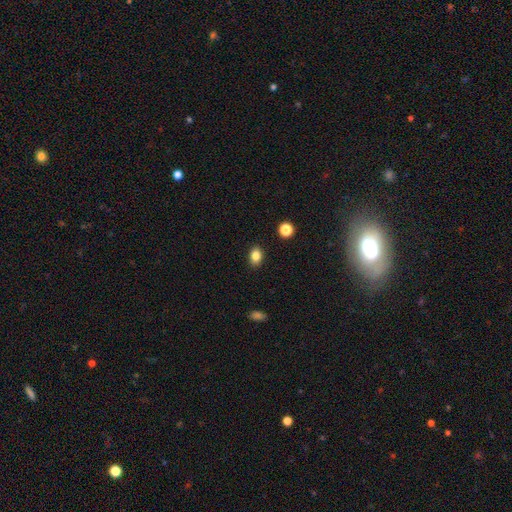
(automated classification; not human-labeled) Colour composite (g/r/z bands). It shows a smooth galaxy with no disk features (84%) that is in between round and cigar-shaped (74%). Merging: none (88%).